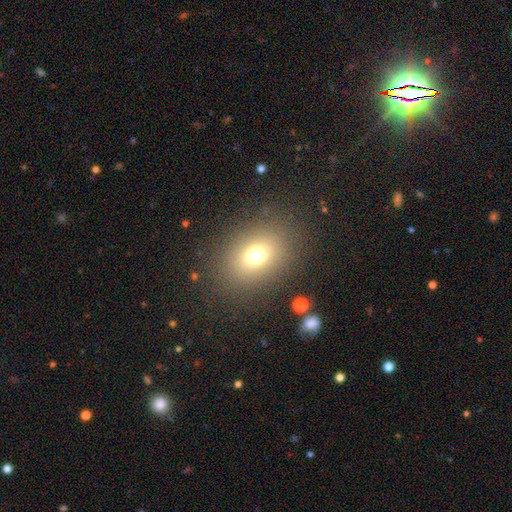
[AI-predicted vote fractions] This is likely a smooth galaxy (65%). How rounded: likely in between (61%). Merging: clearly none (87%).